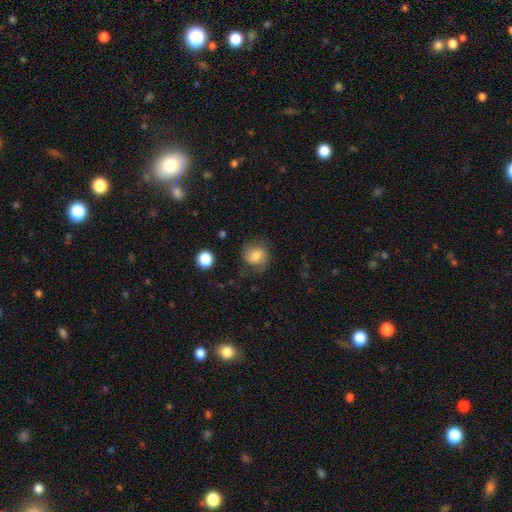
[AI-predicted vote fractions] Q: Smooth or featured?
A: smooth (52%); runner-up: featured or disk (38%)
Q: How rounded?
A: round (74%); runner-up: in between (25%)
Q: Merging?
A: none (69%); runner-up: minor disturbance (20%)